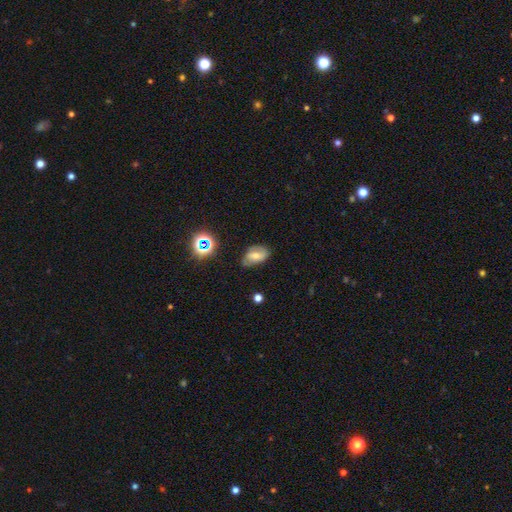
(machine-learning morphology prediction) This appears to be a featured or disk galaxy (46%). Merging: none (66%).